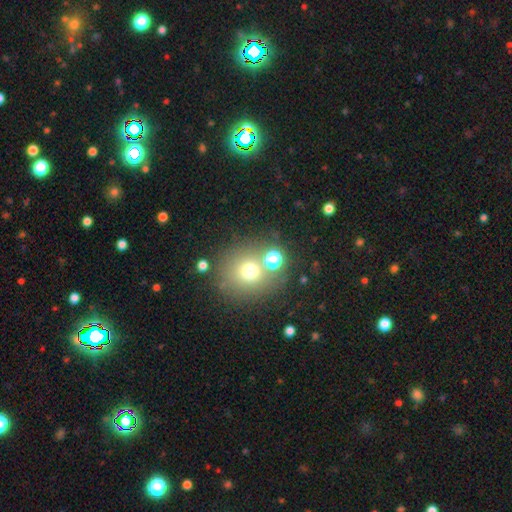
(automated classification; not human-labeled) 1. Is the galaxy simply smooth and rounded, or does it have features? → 54% smooth, 34% star or artifact, 12% featured or disk.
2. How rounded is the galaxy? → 85% round, 14% in between, 1% cigar-shaped.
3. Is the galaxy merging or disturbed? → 68% none, 20% merger, 8% minor disturbance, 4% major disturbance.